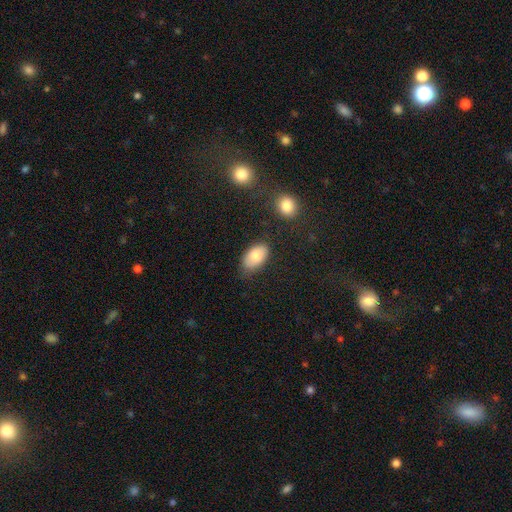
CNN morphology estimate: Smooth or featured? smooth (82%)
How rounded? in between (93%)
Merging? none (75%)